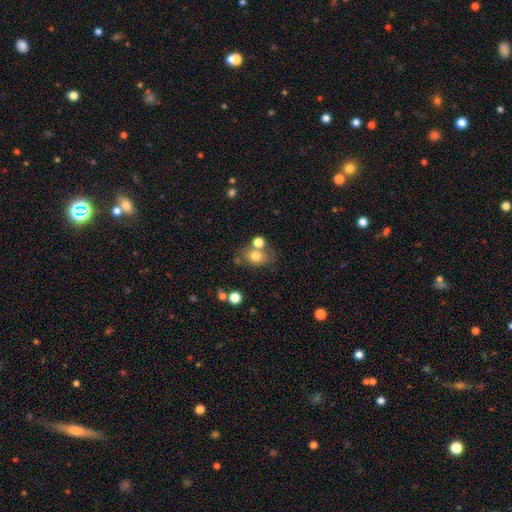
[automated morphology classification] Smooth or featured? smooth (74%)
How rounded? in between (55%)
Merging? none (57%)